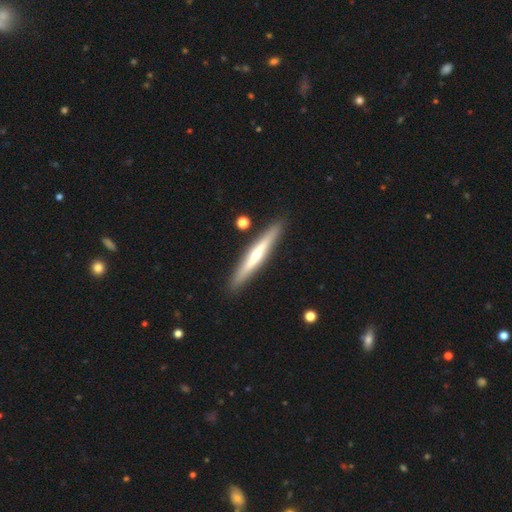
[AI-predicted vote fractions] Overall: featured or disk (59%; smooth 36%). Edge-on disk: yes (95%). Edge-on bulge: rounded (66%; none 29%). Merging: none (89%).